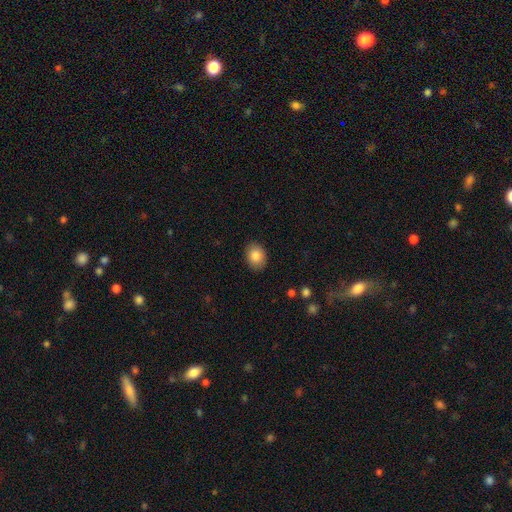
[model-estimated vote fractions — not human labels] This is clearly a smooth galaxy (86%). How rounded: likely in between (61%). Merging: clearly none (87%).